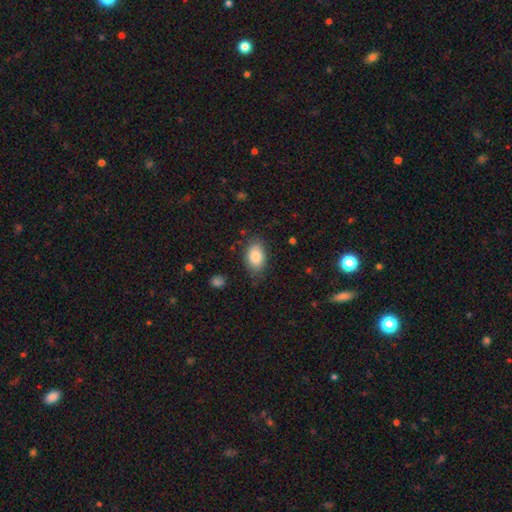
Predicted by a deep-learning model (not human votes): This appears to be a smooth galaxy with no disk features (85%) that is in between round and cigar-shaped (89%). Merging: none (77%).